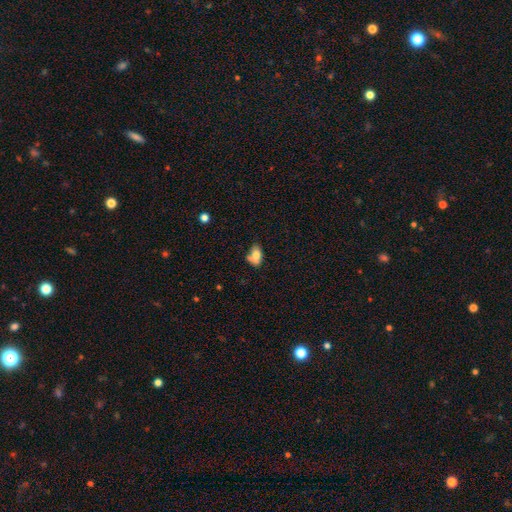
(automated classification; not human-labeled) Morphology: type=smooth (69%); roundness=in between (84%); merging=none (34%).